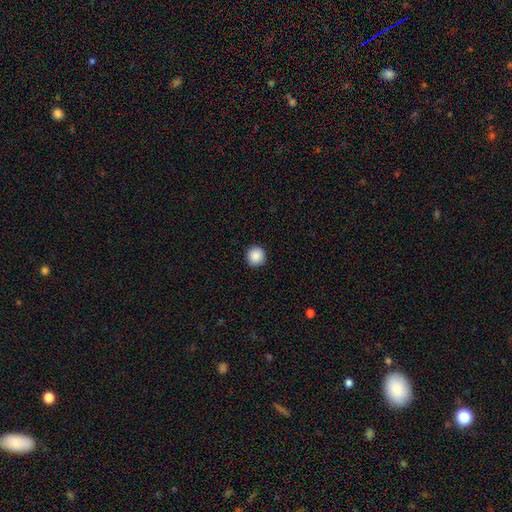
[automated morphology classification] Smooth or featured: smooth — 89% (star or artifact — 9%)
How rounded: round — 95% (in between — 4%)
Merging: none — 93% (minor disturbance — 5%)